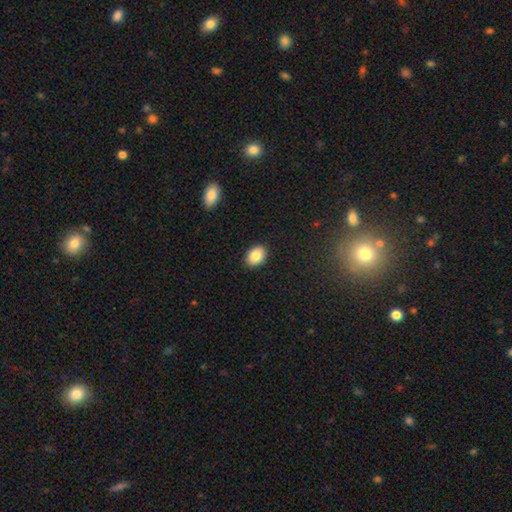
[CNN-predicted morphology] smooth 87%, star or artifact 8%, featured or disk 6%. Down the decision tree: how rounded — in between (77%); merging — none (89%).